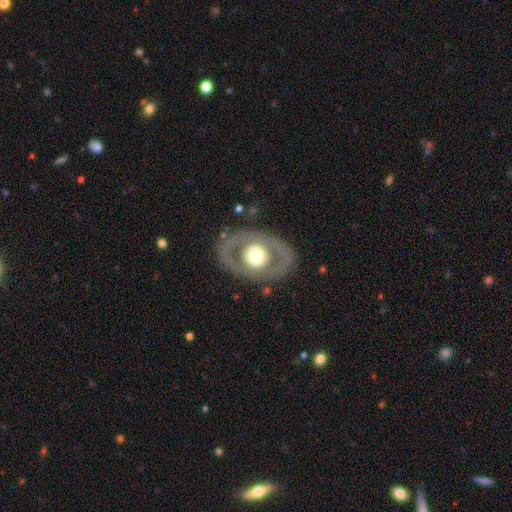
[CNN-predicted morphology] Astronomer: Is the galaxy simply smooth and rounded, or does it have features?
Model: featured or disk — 58% (runner-up: smooth, 37%).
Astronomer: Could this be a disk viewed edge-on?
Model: no — 91%.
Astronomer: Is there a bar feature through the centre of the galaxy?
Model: no — 87%.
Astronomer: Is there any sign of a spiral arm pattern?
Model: no — 89%.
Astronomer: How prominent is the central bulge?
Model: moderate — 49% (runner-up: large, 42%).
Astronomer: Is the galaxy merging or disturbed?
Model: none — 80%.